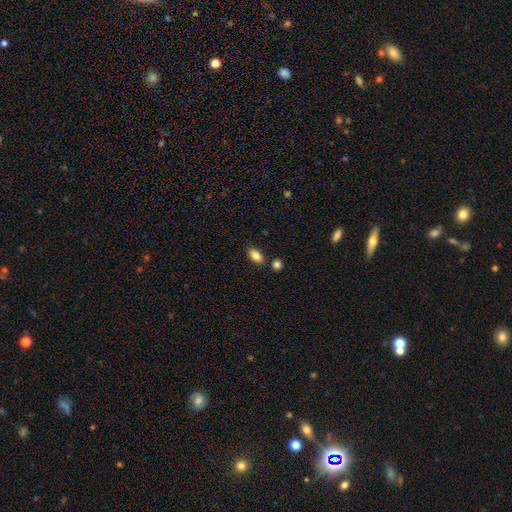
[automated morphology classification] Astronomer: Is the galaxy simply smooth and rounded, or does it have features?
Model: smooth — 85%.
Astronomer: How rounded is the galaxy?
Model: in between — 91%.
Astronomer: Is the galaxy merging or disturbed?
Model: none — 80%.